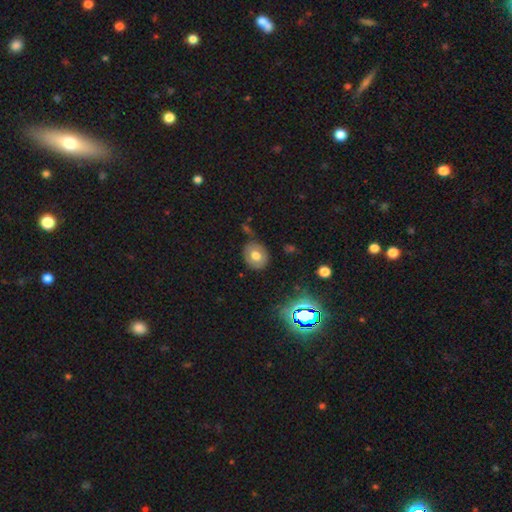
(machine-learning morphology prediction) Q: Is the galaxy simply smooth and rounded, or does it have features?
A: smooth — 63%.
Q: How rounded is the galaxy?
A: round — 64%.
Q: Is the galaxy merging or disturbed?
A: none — 77%.